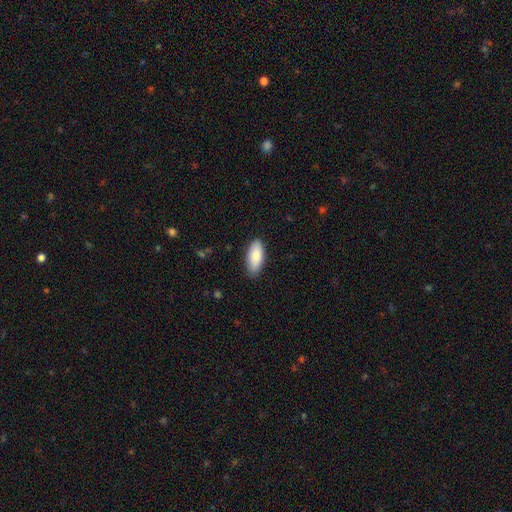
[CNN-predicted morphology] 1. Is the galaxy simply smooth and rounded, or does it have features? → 81% smooth, 12% featured or disk, 6% star or artifact.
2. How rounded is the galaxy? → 87% in between, 11% cigar-shaped, 2% round.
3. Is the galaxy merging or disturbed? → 85% none, 12% minor disturbance, 2% major disturbance, 1% merger.